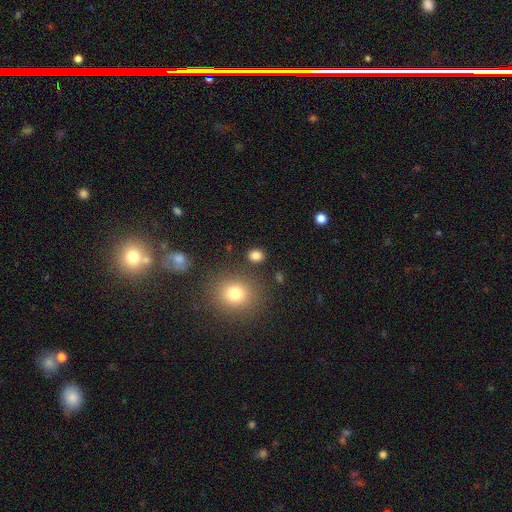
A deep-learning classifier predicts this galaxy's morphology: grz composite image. It shows a smooth galaxy with no disk features (82%) that is round (61%). Merging: none (86%).